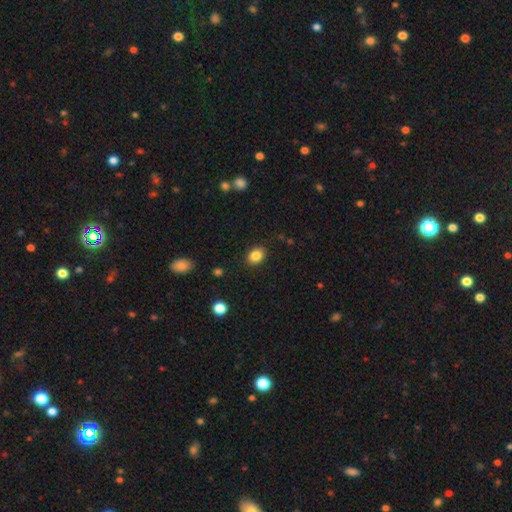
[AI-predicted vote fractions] Morphology: type=smooth (85%); roundness=in between (63%); merging=none (88%).